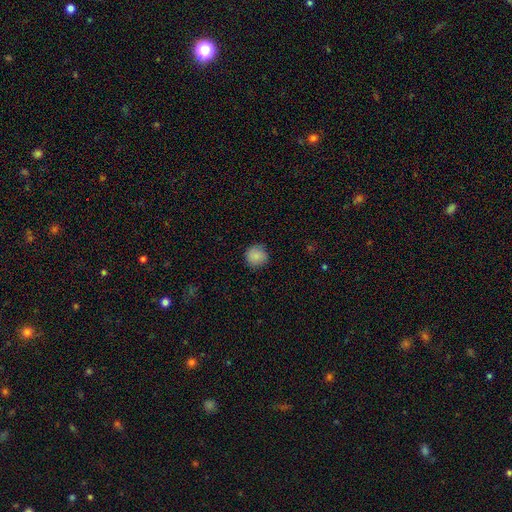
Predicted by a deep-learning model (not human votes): This is clearly a smooth galaxy (87%). How rounded: clearly round (93%). Merging: clearly none (87%).